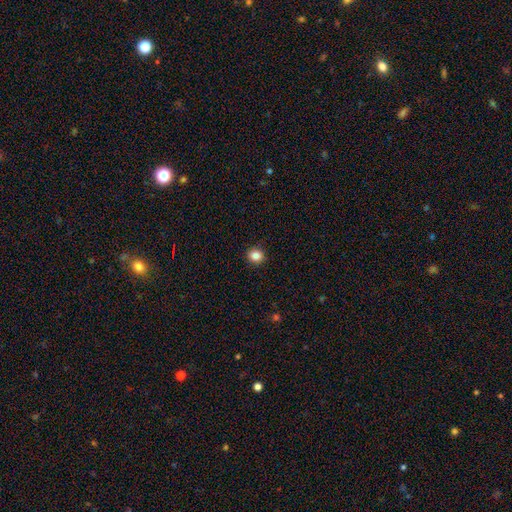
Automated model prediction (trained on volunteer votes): A smooth galaxy with no disk features (86%) that is round (84%).

Vote fractions:
- Smooth or featured? smooth: 86% / star or artifact: 11% / featured or disk: 4%
- How rounded? round: 84% / in between: 15% / cigar-shaped: 1%
- Merging? none: 91% / minor disturbance: 6% / major disturbance: 2% / merger: 1%